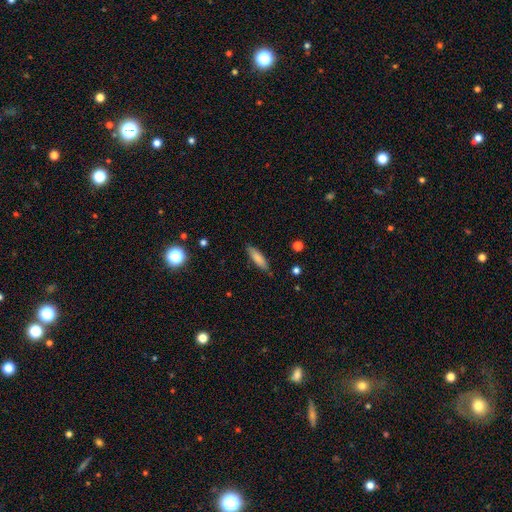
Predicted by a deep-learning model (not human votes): Smooth or featured? Predicted: smooth (p=0.76). How rounded? Predicted: cigar-shaped (p=0.73). Merging? Predicted: none (p=0.86).